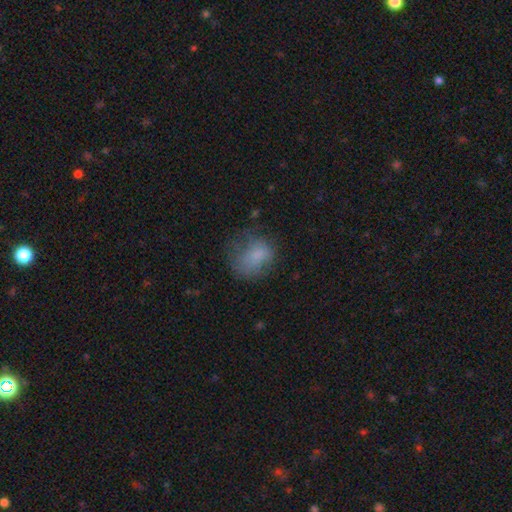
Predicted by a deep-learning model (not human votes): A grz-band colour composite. It shows a smooth galaxy with no disk features (72%) that is round (51%). Merging: none (46%).